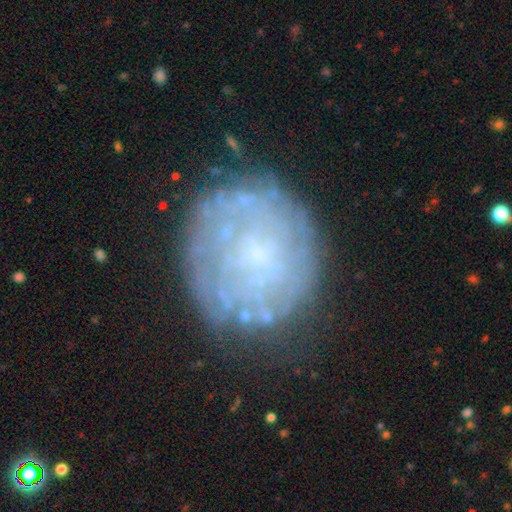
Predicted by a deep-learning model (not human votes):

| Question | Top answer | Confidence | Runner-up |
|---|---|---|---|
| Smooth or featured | featured or disk | 55% | smooth (35%) |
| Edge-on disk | no | 97% | yes (3%) |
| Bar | no | 84% | weak (12%) |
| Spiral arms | no | 63% | yes (37%) |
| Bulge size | small | 47% | none (35%) |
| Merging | none | 72% | minor disturbance (16%) |